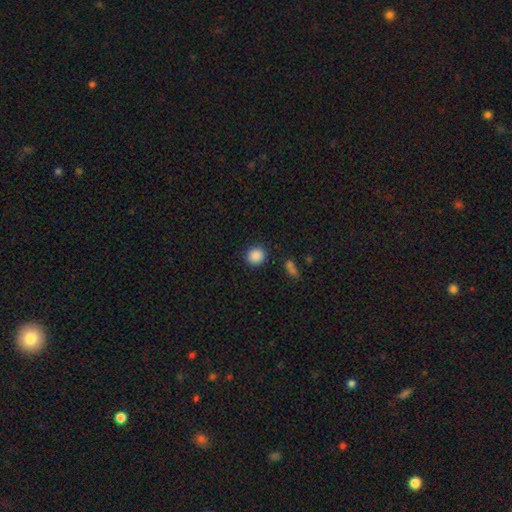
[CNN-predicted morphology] type=smooth (88%); roundness=round (83%); merging=none (88%).